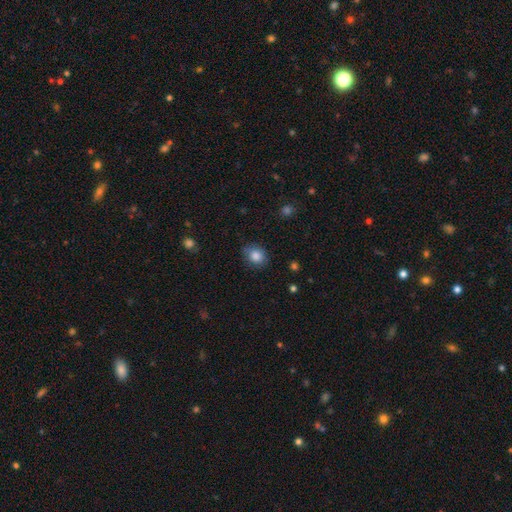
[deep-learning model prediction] A smooth galaxy with no disk features (85%) that is round (56%).

Vote fractions:
- Smooth or featured? smooth: 85% / star or artifact: 9% / featured or disk: 6%
- How rounded? round: 56% / in between: 43% / cigar-shaped: 1%
- Merging? none: 78% / minor disturbance: 17% / major disturbance: 4% / merger: 1%